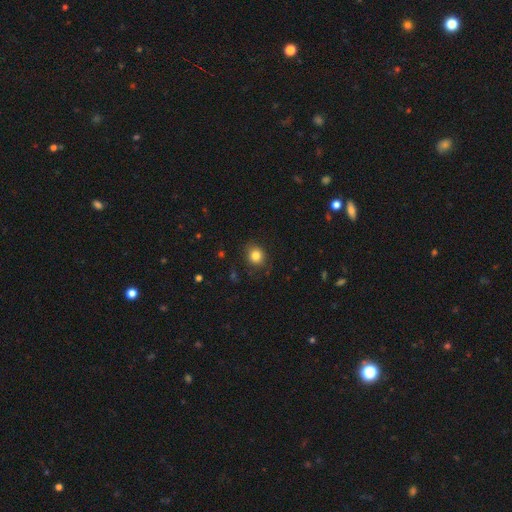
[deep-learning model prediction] Smooth or featured? Predicted: smooth (p=0.83). How rounded? Predicted: round (p=0.76). Merging? Predicted: none (p=0.84).